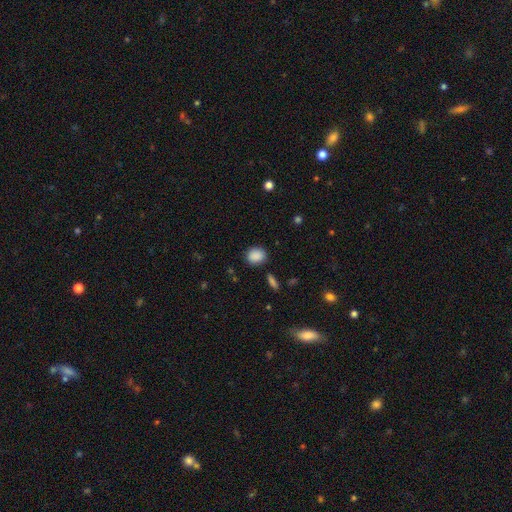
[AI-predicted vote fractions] Morphology: type=smooth (88%); roundness=round (65%); merging=none (85%).